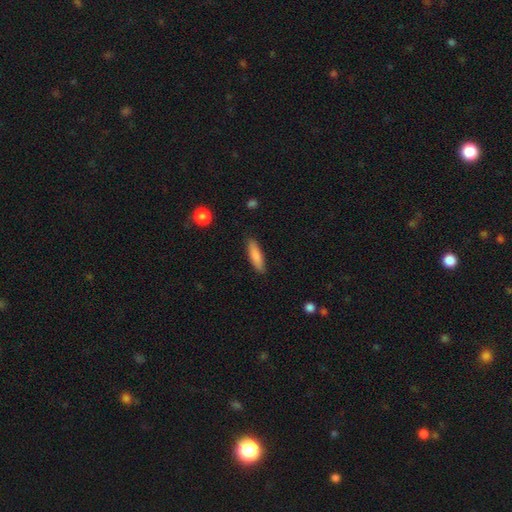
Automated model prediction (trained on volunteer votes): This appears to be a smooth galaxy with no disk features (83%) that is cigar-shaped (69%). Merging: none (87%).